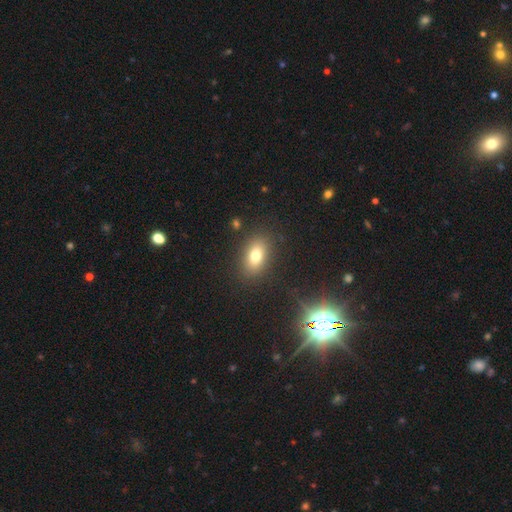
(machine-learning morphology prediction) Smooth or featured?
  - smooth: 76% *
  - star or artifact: 12%
  - featured or disk: 12%
How rounded?
  - in between: 83% *
  - round: 14%
  - cigar-shaped: 3%
Merging?
  - none: 86% *
  - minor disturbance: 9%
  - major disturbance: 3%
  - merger: 2%